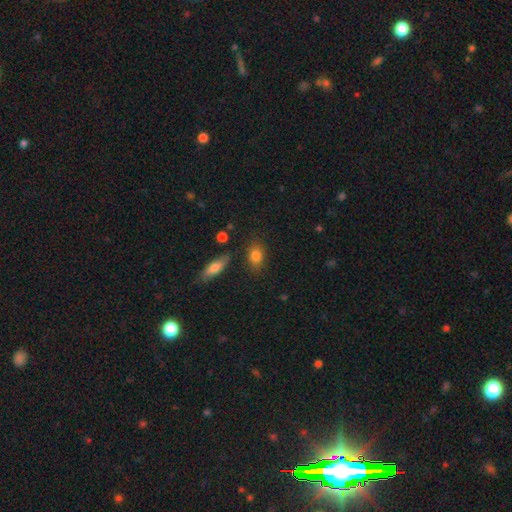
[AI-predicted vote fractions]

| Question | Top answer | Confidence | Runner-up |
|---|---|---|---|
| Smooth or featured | smooth | 82% | star or artifact (10%) |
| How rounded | in between | 72% | round (23%) |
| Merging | none | 80% | minor disturbance (13%) |